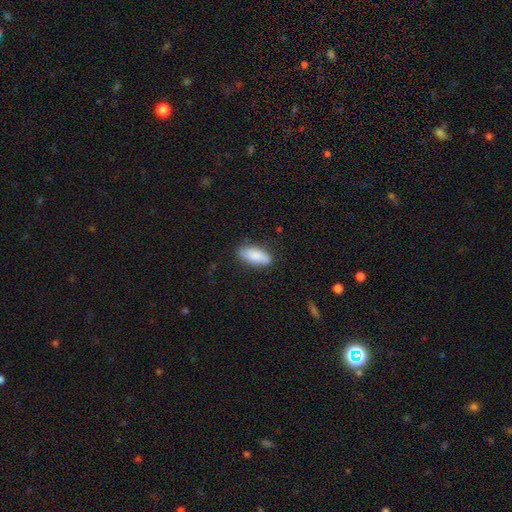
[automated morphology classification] This appears to be a smooth galaxy with no disk features (86%) that is in between round and cigar-shaped (81%). Merging: none (81%).